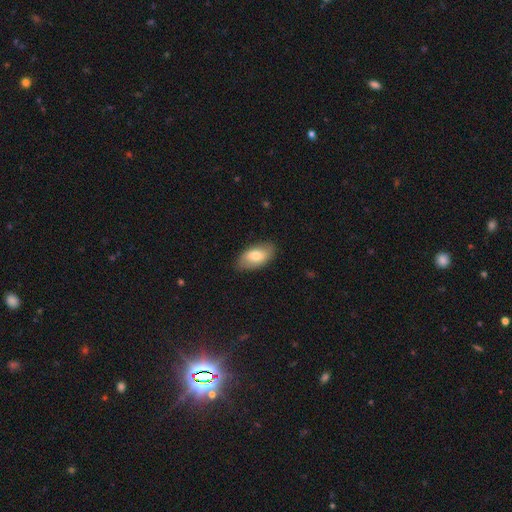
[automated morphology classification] type=smooth (72%); roundness=in between (93%); merging=none (81%).